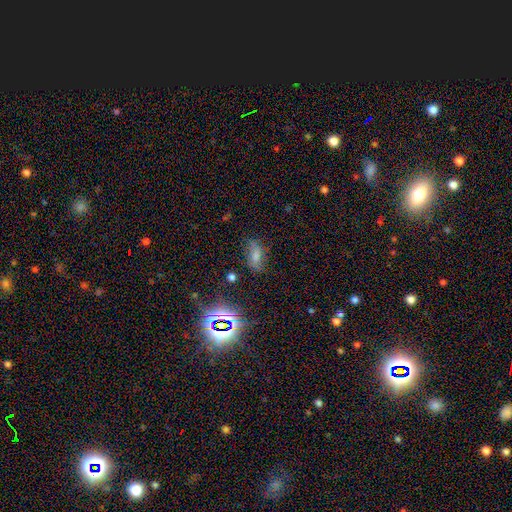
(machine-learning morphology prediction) Smooth or featured? smooth (41%)
Merging? none (69%)